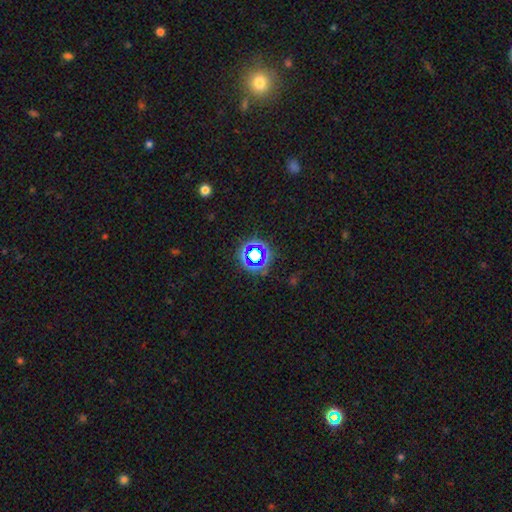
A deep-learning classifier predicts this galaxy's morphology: smooth-or-featured: star or artifact: 61% | smooth: 27% | featured or disk: 12%